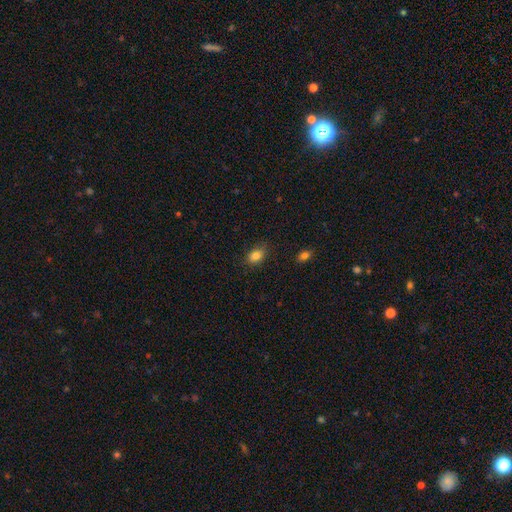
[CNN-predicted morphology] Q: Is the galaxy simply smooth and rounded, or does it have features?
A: smooth — 84%.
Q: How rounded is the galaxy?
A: in between — 77%.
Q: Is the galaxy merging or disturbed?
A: none — 80%.